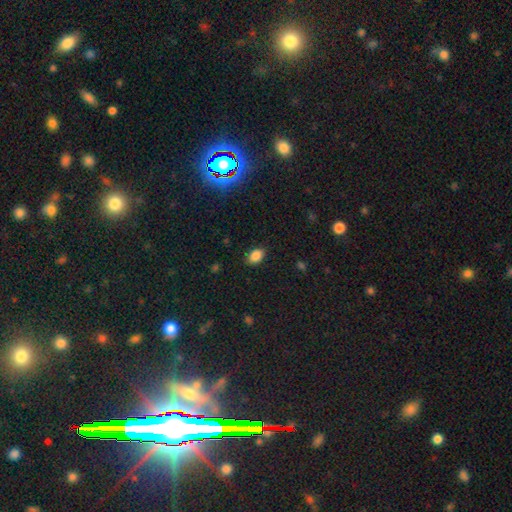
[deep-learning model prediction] smooth_or_featured: smooth (p=0.87) [alt: star or artifact p=0.09]
how_rounded: in between (p=0.83) [alt: round p=0.15]
merging: none (p=0.86) [alt: minor disturbance p=0.10]